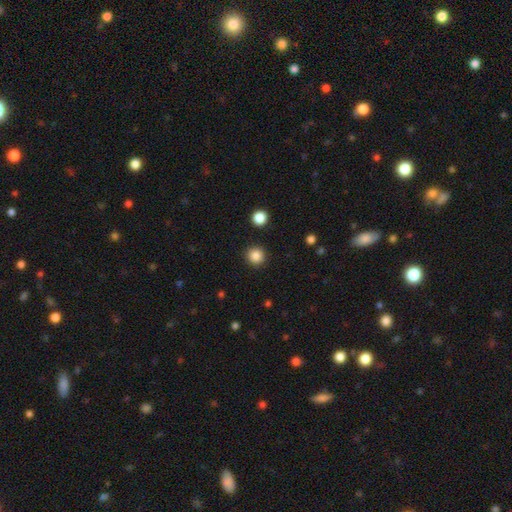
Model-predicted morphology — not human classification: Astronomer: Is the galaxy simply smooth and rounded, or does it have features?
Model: smooth — 85%.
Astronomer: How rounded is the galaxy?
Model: round — 93%.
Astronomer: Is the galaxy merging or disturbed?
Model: none — 92%.